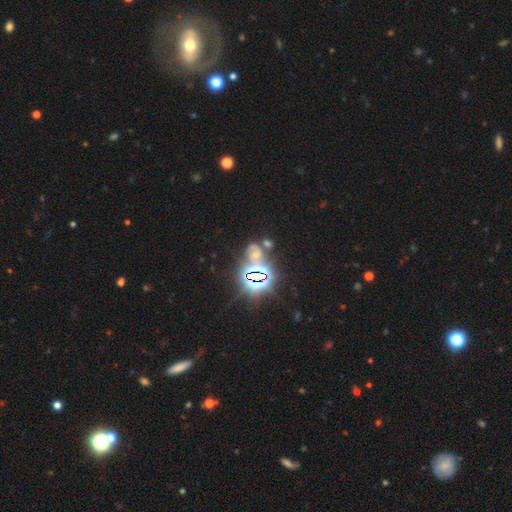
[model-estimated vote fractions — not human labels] star or artifact 64%, smooth 21%, featured or disk 15%.